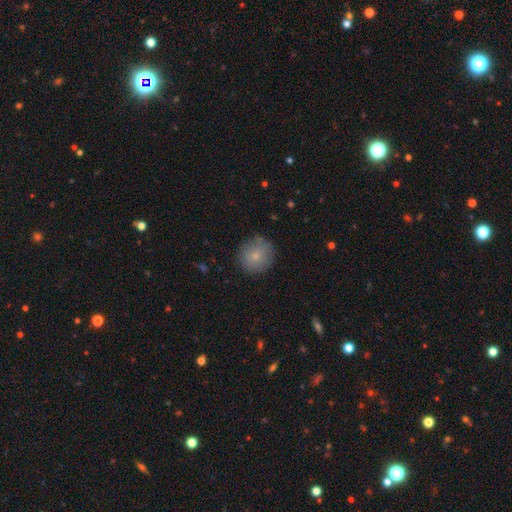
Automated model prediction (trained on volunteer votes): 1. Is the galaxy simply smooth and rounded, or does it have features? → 79% smooth, 12% featured or disk, 8% star or artifact.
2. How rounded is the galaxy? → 91% round, 8% in between, 1% cigar-shaped.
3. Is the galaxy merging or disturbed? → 85% none, 11% minor disturbance, 3% major disturbance, 1% merger.